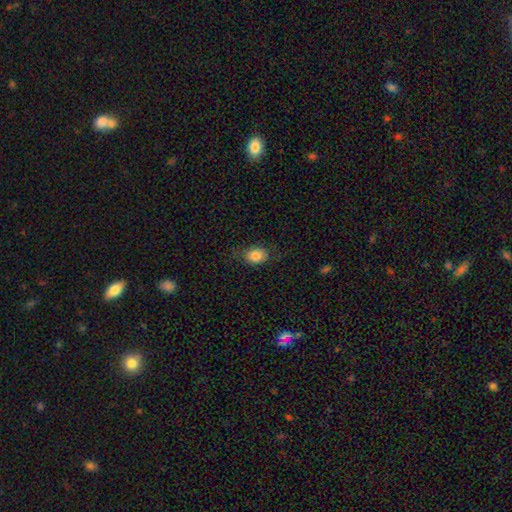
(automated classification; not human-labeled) Smooth or featured?
  - smooth: 84% *
  - star or artifact: 9%
  - featured or disk: 7%
How rounded?
  - in between: 65% *
  - round: 34%
  - cigar-shaped: 1%
Merging?
  - none: 77% *
  - minor disturbance: 17%
  - major disturbance: 5%
  - merger: 1%